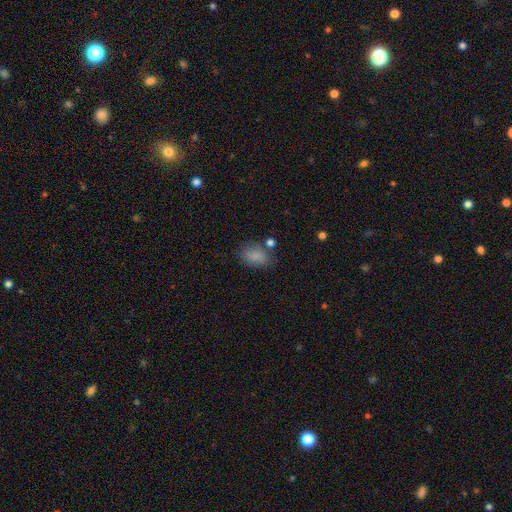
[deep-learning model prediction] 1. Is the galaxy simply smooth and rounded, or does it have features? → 83% smooth, 10% star or artifact, 7% featured or disk.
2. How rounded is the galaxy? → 82% in between, 16% round, 1% cigar-shaped.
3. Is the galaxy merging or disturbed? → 67% none, 19% minor disturbance, 8% merger, 6% major disturbance.